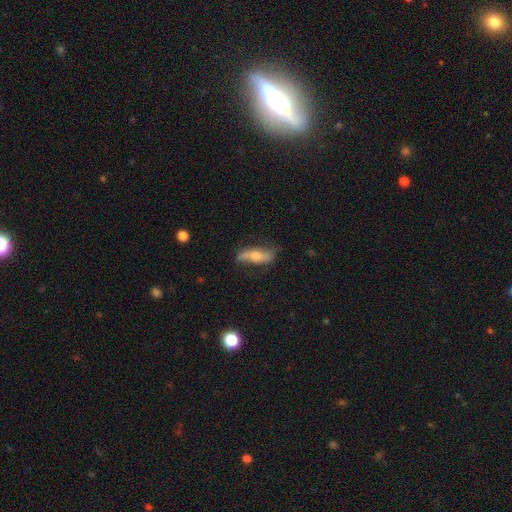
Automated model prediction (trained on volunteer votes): Smooth or featured?
  - featured or disk: 58% *
  - smooth: 34%
  - star or artifact: 7%
Edge-on disk?
  - no: 61% *
  - yes: 39%
Merging?
  - none: 71% *
  - minor disturbance: 21%
  - major disturbance: 6%
  - merger: 2%